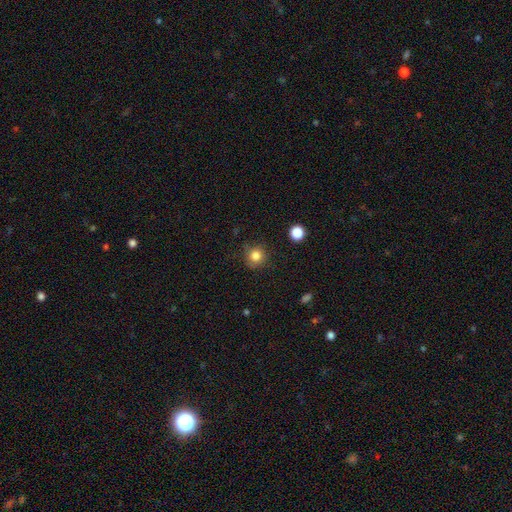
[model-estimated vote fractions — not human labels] Q: Smooth or featured?
A: smooth (83%); runner-up: star or artifact (12%)
Q: How rounded?
A: round (92%); runner-up: in between (7%)
Q: Merging?
A: none (86%); runner-up: minor disturbance (10%)